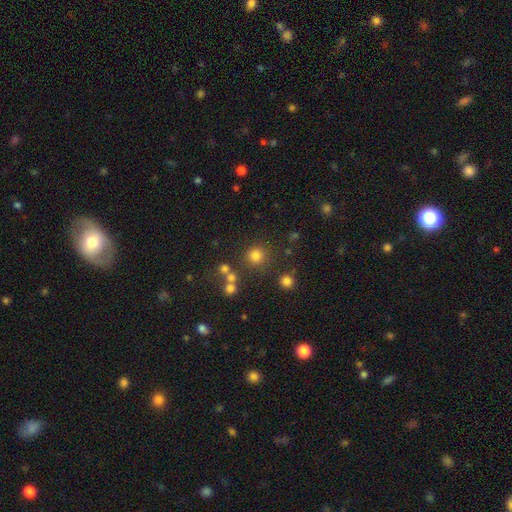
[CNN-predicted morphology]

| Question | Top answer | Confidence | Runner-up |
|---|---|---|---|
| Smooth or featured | smooth | 78% | star or artifact (16%) |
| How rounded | round | 93% | in between (6%) |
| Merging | none | 81% | minor disturbance (8%) |